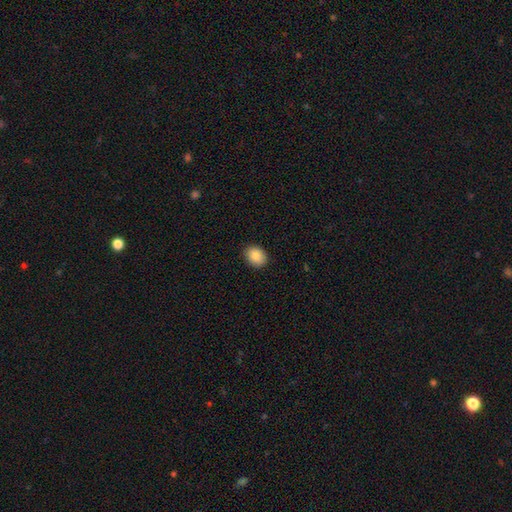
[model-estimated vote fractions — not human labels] A smooth galaxy with no disk features (88%) that is in between round and cigar-shaped (57%). Merging: none (89%).